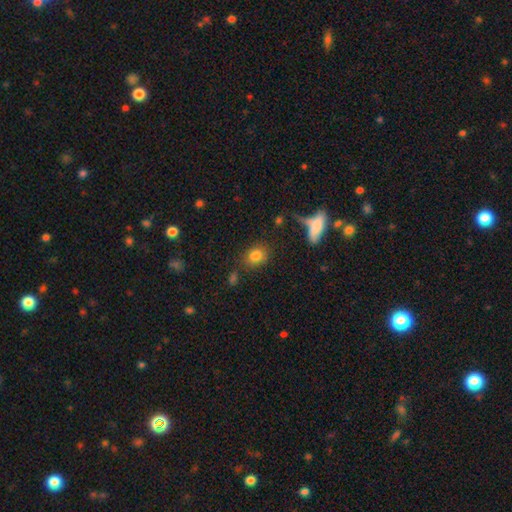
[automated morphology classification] A smooth galaxy with no disk features (82%) that is in between round and cigar-shaped (50%).

Vote fractions:
- Smooth or featured? smooth: 82% / star or artifact: 11% / featured or disk: 8%
- How rounded? in between: 50% / round: 48% / cigar-shaped: 2%
- Merging? none: 76% / minor disturbance: 13% / merger: 6% / major disturbance: 5%